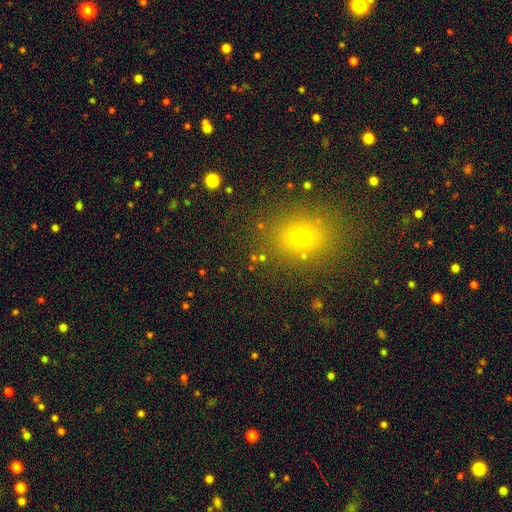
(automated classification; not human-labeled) Smooth or featured? Predicted: smooth (p=0.59). How rounded? Predicted: round (p=0.63). Merging? Predicted: none (p=0.88).